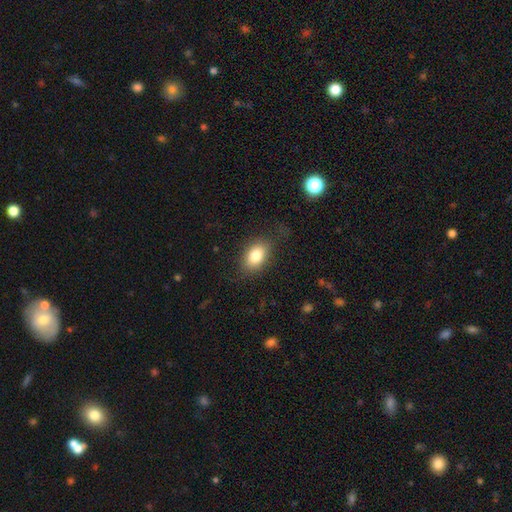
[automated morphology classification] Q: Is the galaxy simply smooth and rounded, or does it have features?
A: smooth — 80%.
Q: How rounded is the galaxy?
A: in between — 85%.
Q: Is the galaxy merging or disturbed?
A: none — 77%.